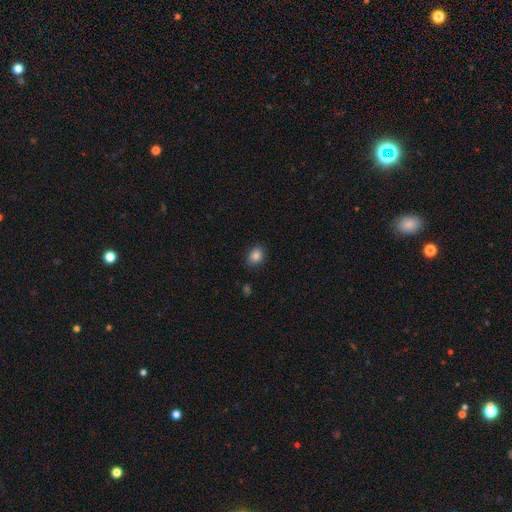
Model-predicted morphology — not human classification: smooth 85%, star or artifact 10%, featured or disk 5%. Down the decision tree: how rounded — in between (59%); merging — none (86%).